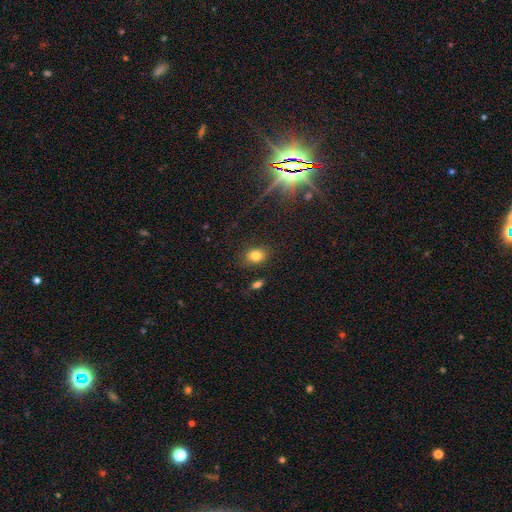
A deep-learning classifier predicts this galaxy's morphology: This is likely a smooth galaxy (78%). How rounded: likely in between (64%). Merging: clearly none (82%).